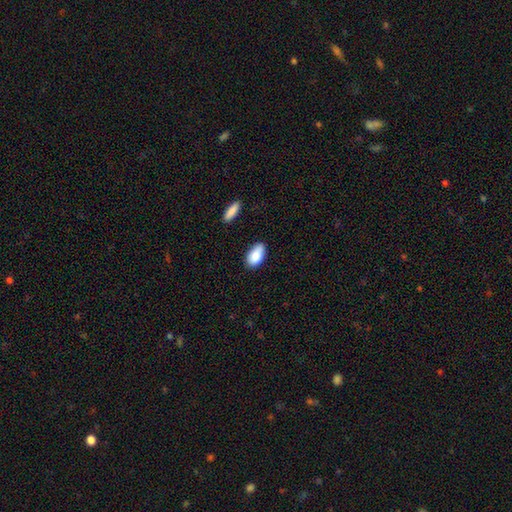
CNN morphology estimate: This is clearly a smooth galaxy (86%). How rounded: clearly in between (94%). Merging: likely none (76%).